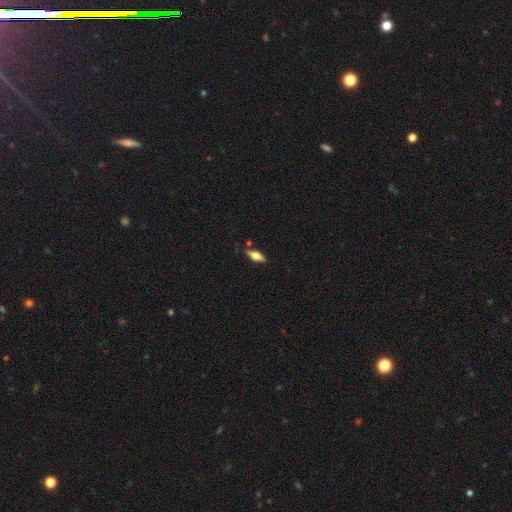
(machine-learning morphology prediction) smooth_or_featured: smooth (p=0.60) [alt: featured or disk p=0.33]
how_rounded: in between (p=0.73) [alt: cigar-shaped p=0.23]
merging: none (p=0.80) [alt: minor disturbance p=0.13]